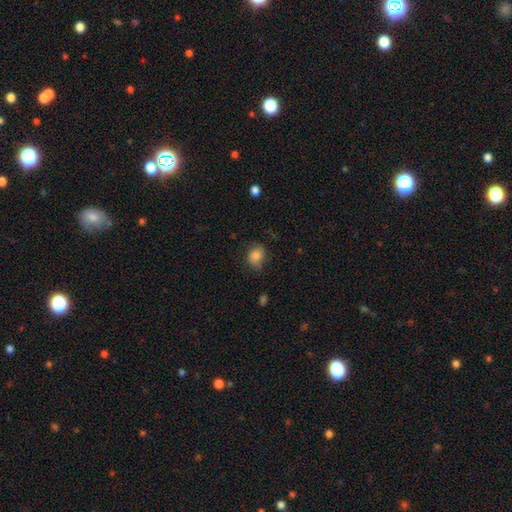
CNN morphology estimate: smooth 80%, featured or disk 11%, star or artifact 9%. Down the decision tree: how rounded — round (61%); merging — none (64%).